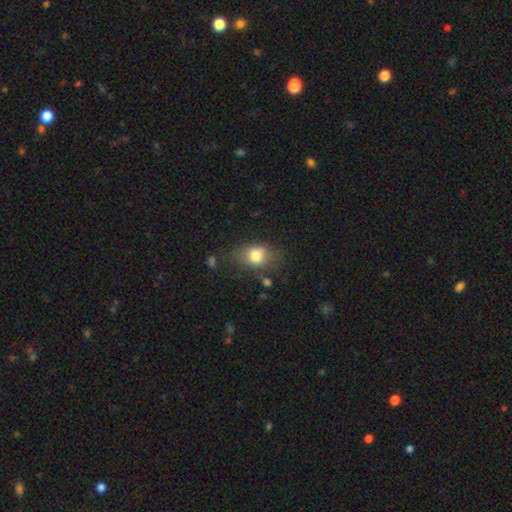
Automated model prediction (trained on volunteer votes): Smooth or featured? Predicted: smooth (p=0.77). How rounded? Predicted: in between (p=0.67). Merging? Predicted: none (p=0.62).